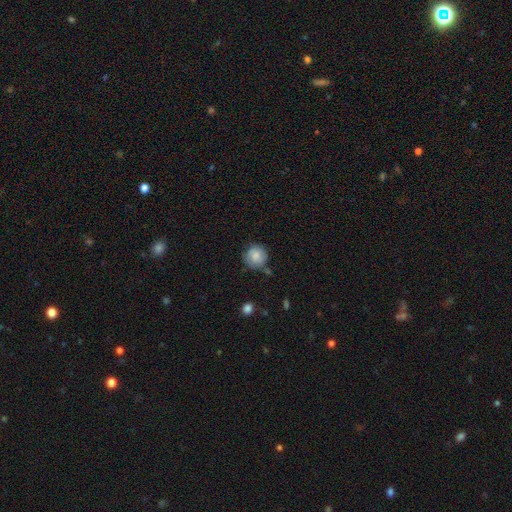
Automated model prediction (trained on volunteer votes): Smooth or featured?
  - smooth: 74% *
  - featured or disk: 18%
  - star or artifact: 8%
How rounded?
  - round: 91% *
  - in between: 8%
  - cigar-shaped: 1%
Merging?
  - none: 70% *
  - minor disturbance: 20%
  - major disturbance: 5%
  - merger: 5%